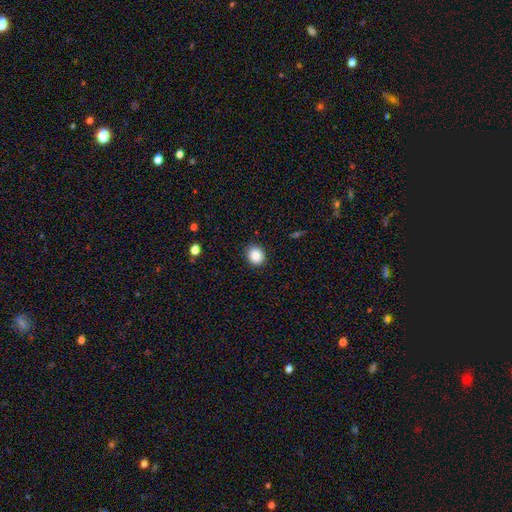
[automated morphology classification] Smooth or featured: smooth — 86% (star or artifact — 9%)
How rounded: round — 75% (in between — 24%)
Merging: none — 90% (minor disturbance — 7%)